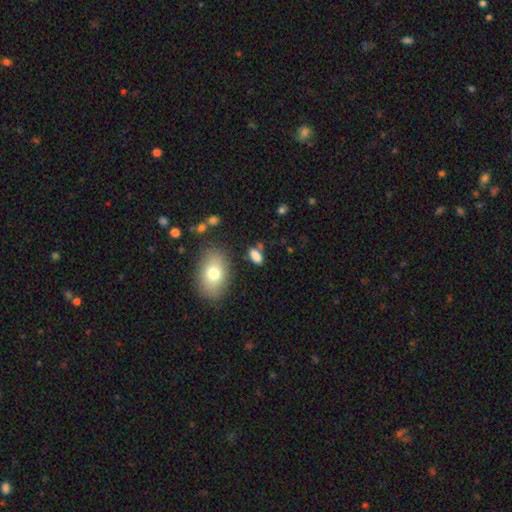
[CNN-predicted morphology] A smooth galaxy with no disk features (83%) that is in between round and cigar-shaped (86%).

Vote fractions:
- Smooth or featured? smooth: 83% / star or artifact: 10% / featured or disk: 7%
- How rounded? in between: 86% / round: 7% / cigar-shaped: 6%
- Merging? none: 72% / minor disturbance: 15% / merger: 8% / major disturbance: 5%